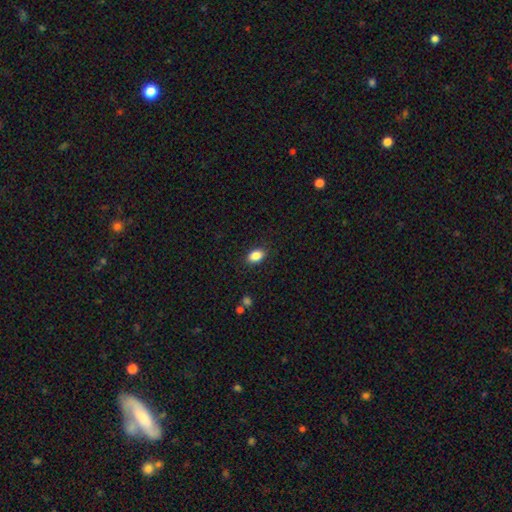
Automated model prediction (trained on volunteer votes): Overall: smooth (86%). How rounded: in between (85%). Merging: none (87%).